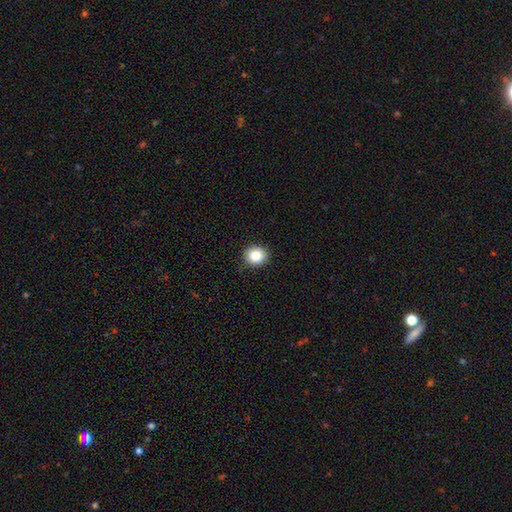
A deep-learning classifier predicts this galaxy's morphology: Smooth or featured? Predicted: smooth (p=0.86). How rounded? Predicted: round (p=0.82). Merging? Predicted: none (p=0.89).